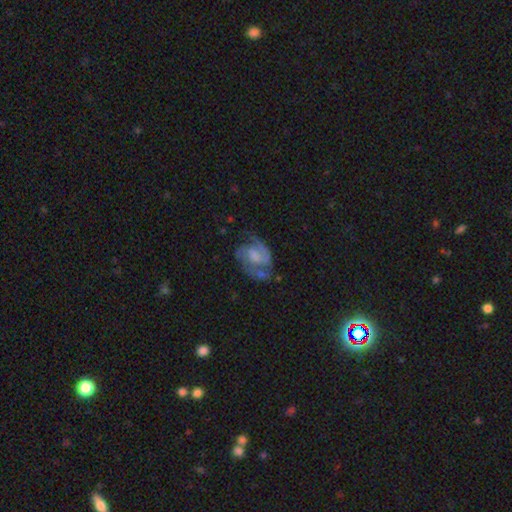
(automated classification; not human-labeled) Smooth or featured? featured or disk (77%)
Edge-on disk? no (97%)
Bar? weak (47%)
Spiral arms? yes (91%)
Spiral winding? medium (51%)
Spiral arm count? 2 (74%)
Bulge size? none (33%)
Merging? none (51%)